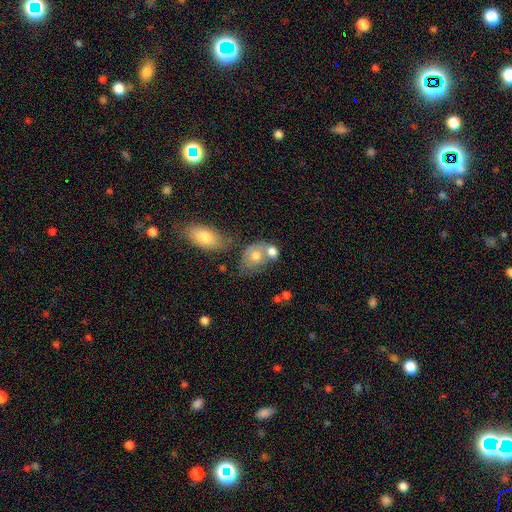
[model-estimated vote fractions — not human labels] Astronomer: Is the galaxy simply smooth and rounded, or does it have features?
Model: smooth — 66%.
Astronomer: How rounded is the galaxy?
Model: in between — 65%.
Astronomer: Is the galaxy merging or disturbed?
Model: merger — 46% (runner-up: none, 30%).